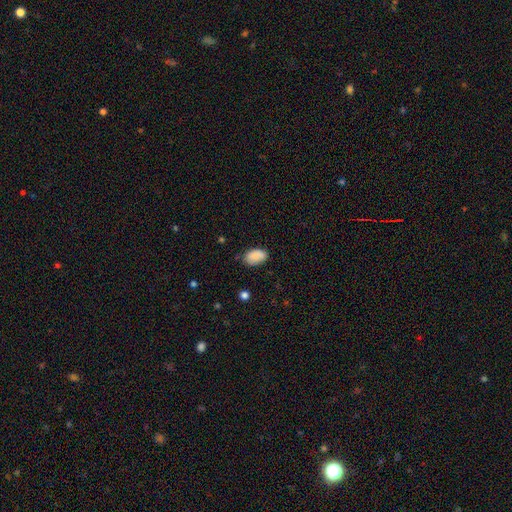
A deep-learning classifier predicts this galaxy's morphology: smooth-or-featured: smooth: 88% | star or artifact: 8% | featured or disk: 5%
  how-rounded: in between: 92% | round: 6% | cigar-shaped: 1%
  merging: none: 75% | minor disturbance: 20% | major disturbance: 4% | merger: 2%